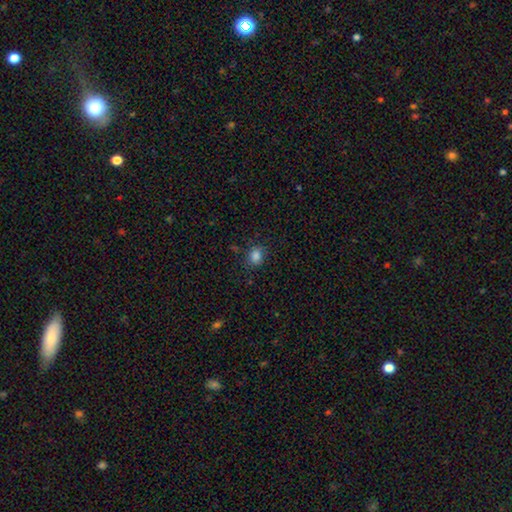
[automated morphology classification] A smooth galaxy with no disk features (84%) that is round (51%).

Vote fractions:
- Smooth or featured? smooth: 84% / star or artifact: 12% / featured or disk: 5%
- How rounded? round: 51% / in between: 48% / cigar-shaped: 1%
- Merging? none: 76% / minor disturbance: 17% / major disturbance: 5% / merger: 2%